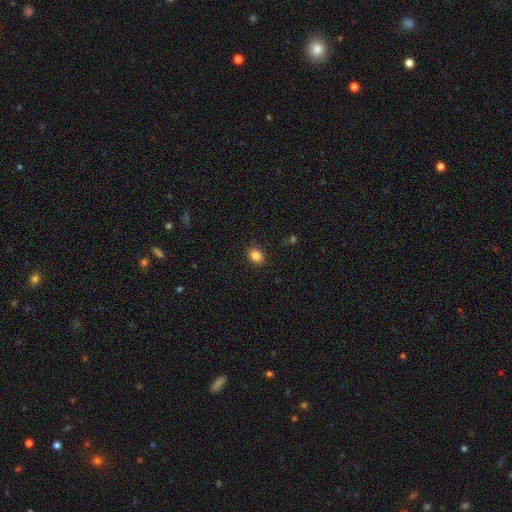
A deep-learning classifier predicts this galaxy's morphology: type=smooth (86%); roundness=in between (55%); merging=none (88%).